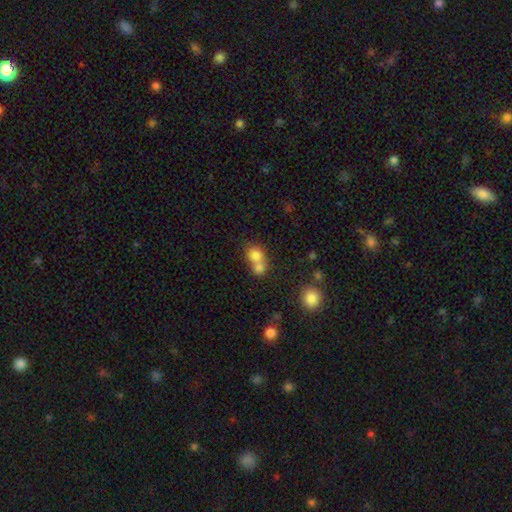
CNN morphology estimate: Smooth or featured? Predicted: smooth (p=0.77). How rounded? Predicted: round (p=0.69). Merging? Predicted: merger (p=0.64).